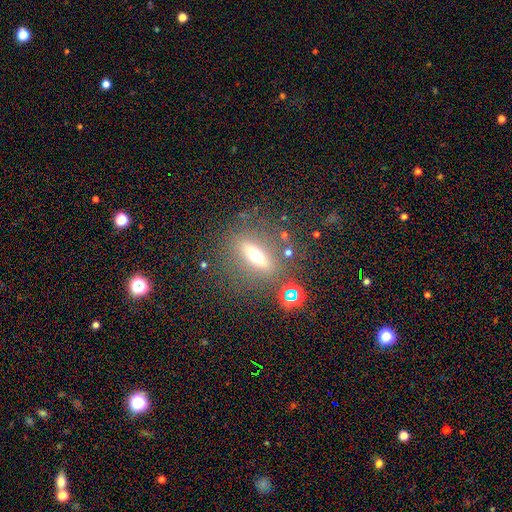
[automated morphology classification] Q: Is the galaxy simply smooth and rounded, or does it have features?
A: featured or disk — 42%.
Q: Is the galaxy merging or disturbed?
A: none — 77%.